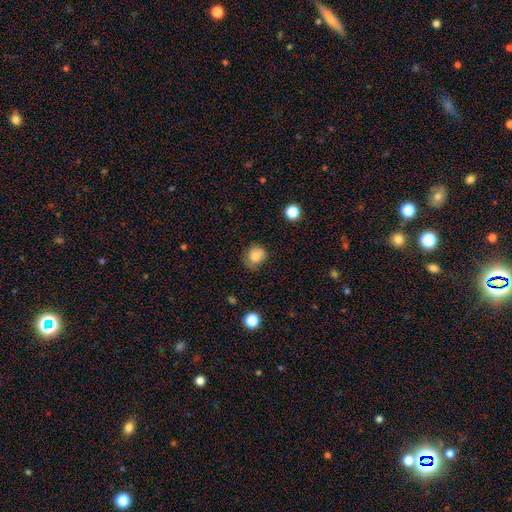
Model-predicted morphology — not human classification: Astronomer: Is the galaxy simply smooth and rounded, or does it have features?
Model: smooth — 84%.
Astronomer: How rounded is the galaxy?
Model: round — 78%.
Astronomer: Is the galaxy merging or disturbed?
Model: none — 68%.